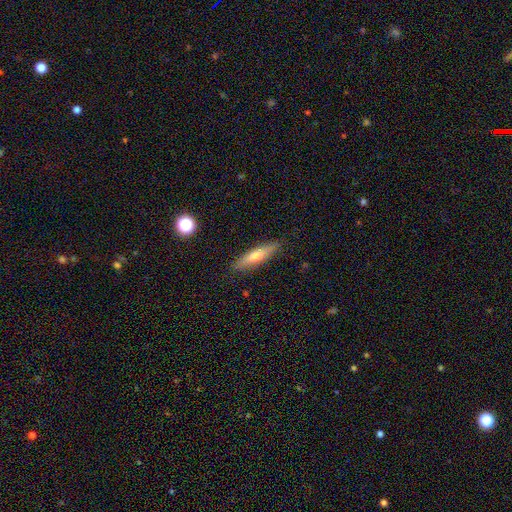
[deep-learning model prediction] Smooth or featured: smooth — 62% (featured or disk — 31%)
How rounded: cigar-shaped — 81% (in between — 17%)
Merging: none — 88% (minor disturbance — 9%)